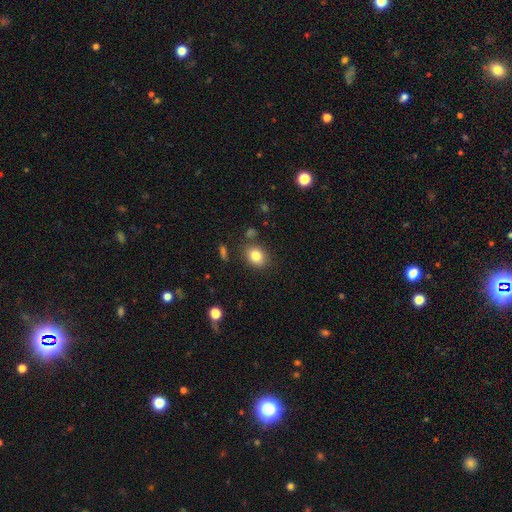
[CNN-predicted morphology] Overall: smooth (82%). How rounded: in between (55%; round 44%). Merging: none (82%).